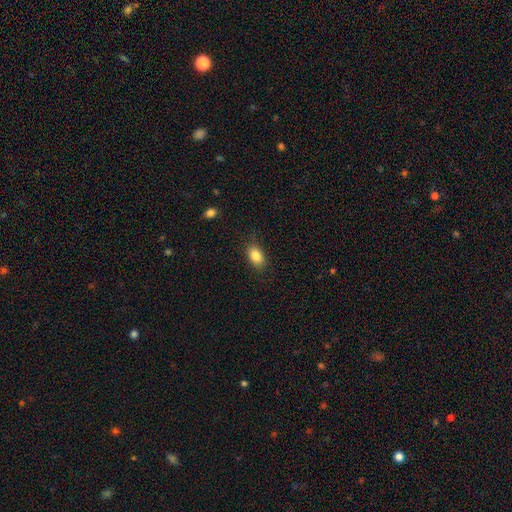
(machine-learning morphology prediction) This appears to be a smooth galaxy with no disk features (85%) that is in between round and cigar-shaped (87%). Merging: none (83%).